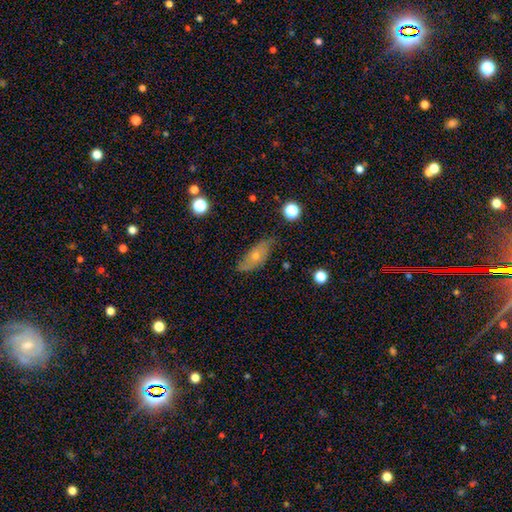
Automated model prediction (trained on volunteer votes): smooth_or_featured: featured or disk (p=0.48) [alt: smooth p=0.42]
merging: none (p=0.70) [alt: minor disturbance p=0.23]